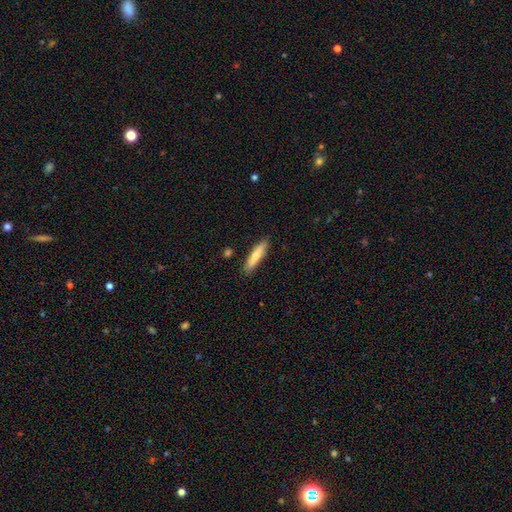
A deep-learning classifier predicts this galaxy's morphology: Smooth or featured: smooth — 66% (featured or disk — 28%)
How rounded: cigar-shaped — 82% (in between — 16%)
Merging: none — 88% (minor disturbance — 8%)